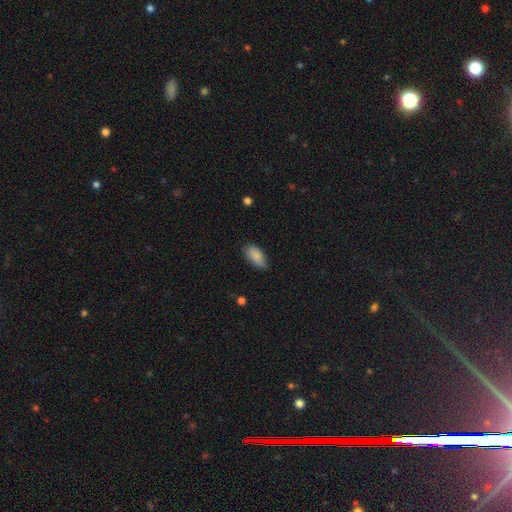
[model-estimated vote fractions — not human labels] This appears to be a smooth galaxy with no disk features (84%) that is in between round and cigar-shaped (92%). Merging: none (68%).